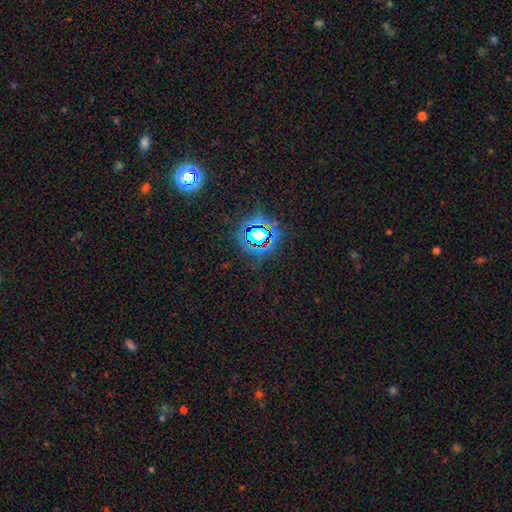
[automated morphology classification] Overall: star or artifact (78%).